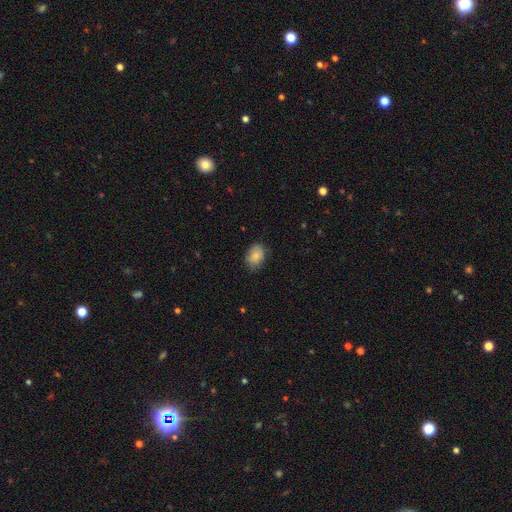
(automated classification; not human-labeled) Q: Smooth or featured?
A: smooth (81%); runner-up: featured or disk (11%)
Q: How rounded?
A: in between (70%); runner-up: round (29%)
Q: Merging?
A: none (77%); runner-up: minor disturbance (18%)